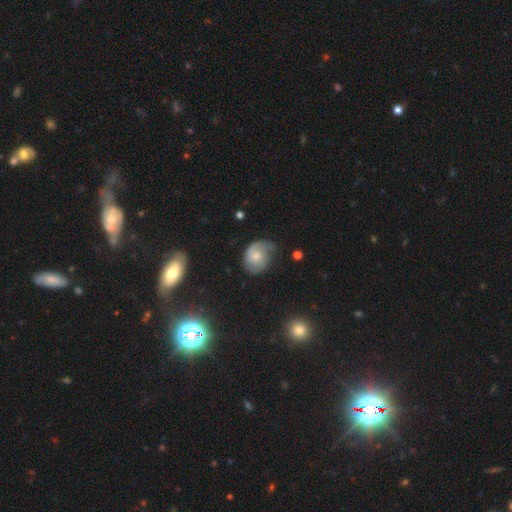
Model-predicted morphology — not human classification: type=featured or disk (47%); merging=none (46%).